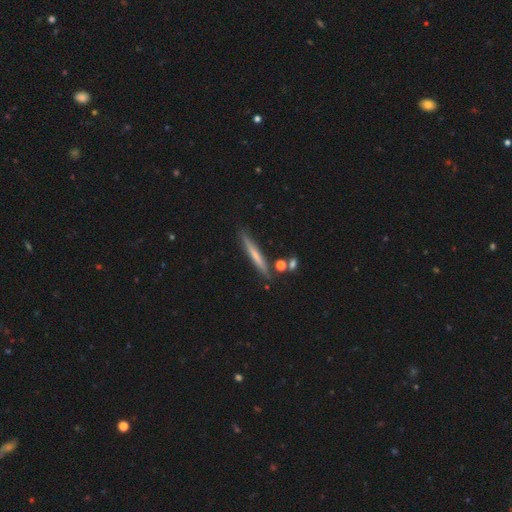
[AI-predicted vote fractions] Q: Smooth or featured?
A: smooth (52%); runner-up: featured or disk (42%)
Q: How rounded?
A: cigar-shaped (95%); runner-up: in between (3%)
Q: Merging?
A: none (84%); runner-up: minor disturbance (10%)